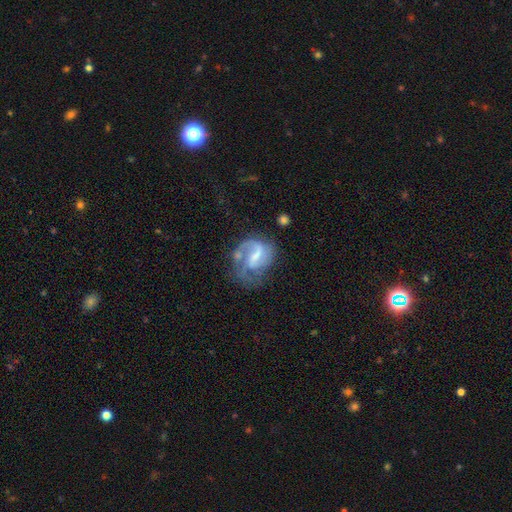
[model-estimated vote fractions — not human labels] This appears to be a featured or disk galaxy (76%) with a weak bar (53%), 2 (43%) medium (45%) spiral arms (88%) and a small central bulge (35%). Merging: none (40%).